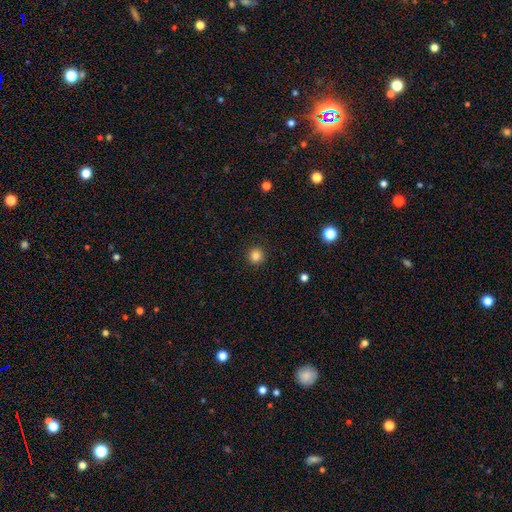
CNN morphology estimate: smooth 84%, star or artifact 12%, featured or disk 4%. Down the decision tree: how rounded — round (92%); merging — none (91%).